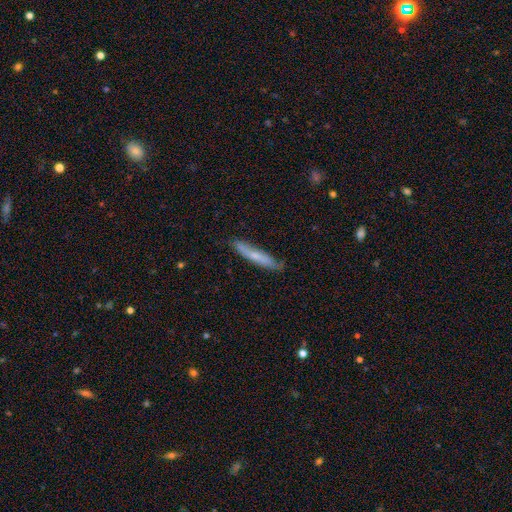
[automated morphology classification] This is possibly a smooth galaxy (57%). How rounded: clearly cigar-shaped (92%). Merging: likely none (78%).